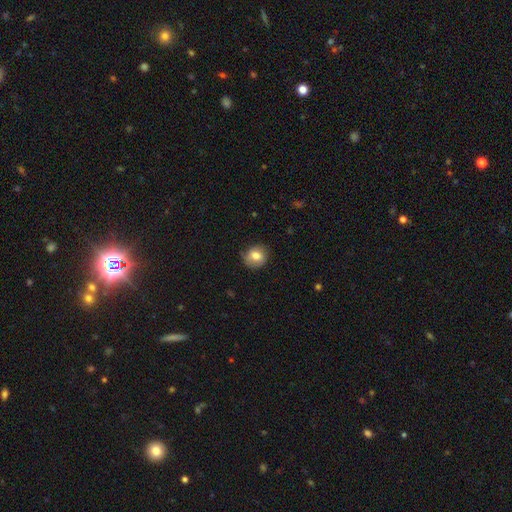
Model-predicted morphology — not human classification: smooth 78%, featured or disk 13%, star or artifact 8%. Down the decision tree: how rounded — round (72%); merging — none (78%).